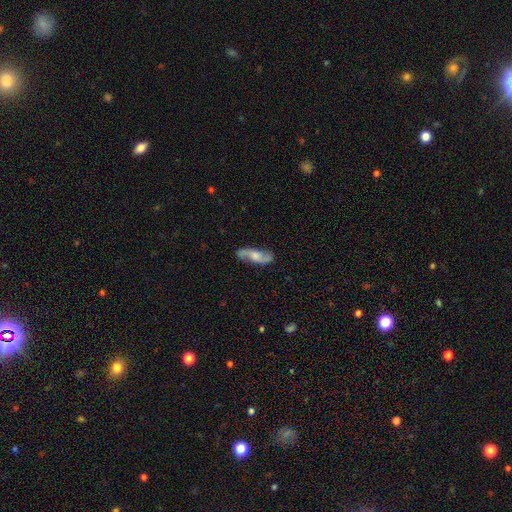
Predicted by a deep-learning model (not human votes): Smooth or featured: featured or disk — 59% (smooth — 35%)
Edge-on disk: no — 83% (yes — 17%)
Merging: none — 77% (minor disturbance — 16%)